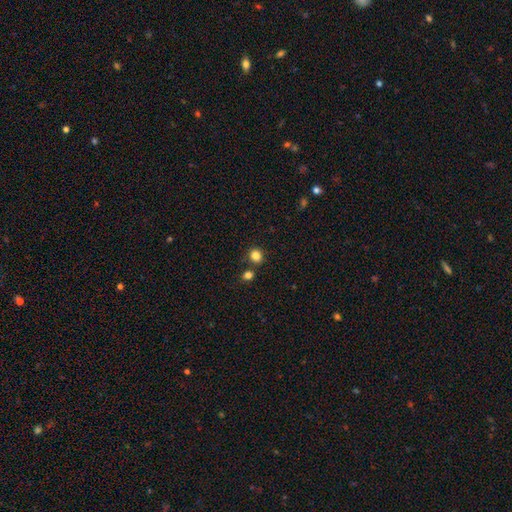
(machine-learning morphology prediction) A smooth galaxy with no disk features (84%) that is round (79%).

Vote fractions:
- Smooth or featured? smooth: 84% / star or artifact: 12% / featured or disk: 4%
- How rounded? round: 79% / in between: 20% / cigar-shaped: 1%
- Merging? none: 79% / merger: 11% / minor disturbance: 8% / major disturbance: 3%